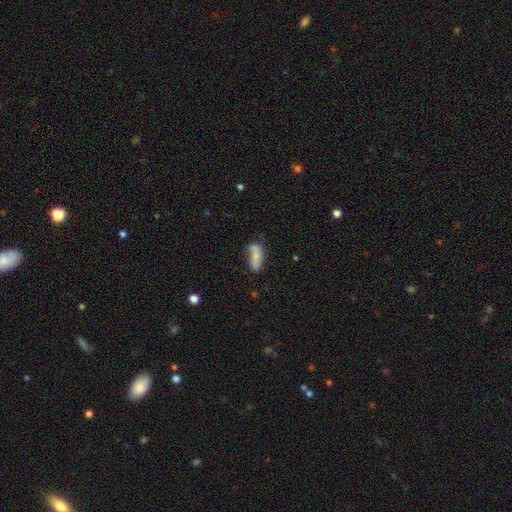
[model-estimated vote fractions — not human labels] This is likely a smooth galaxy (65%). How rounded: likely in between (74%). Merging: possibly none (45%).